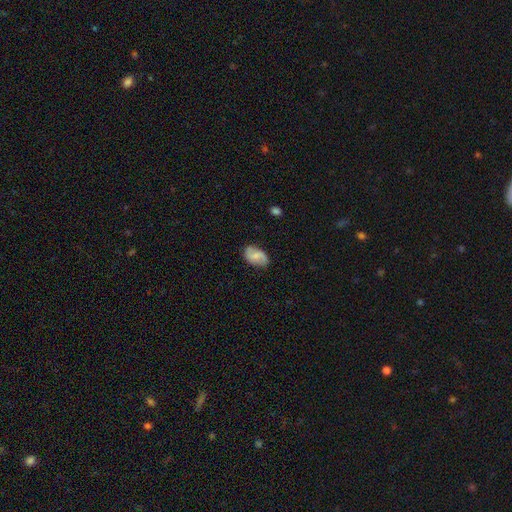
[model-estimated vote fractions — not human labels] Smooth or featured? Predicted: smooth (p=0.48). Merging? Predicted: none (p=0.74).